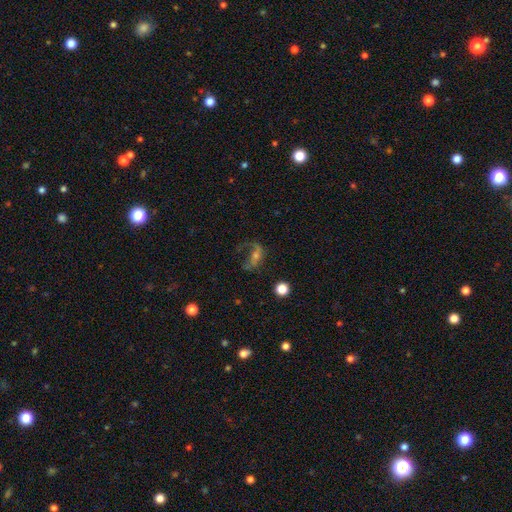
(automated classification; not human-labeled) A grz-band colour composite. It shows a featured or disk galaxy (58%) with no bar (63%), spiral arms (66%) and a small central bulge (53%). Merging: major disturbance (42%).